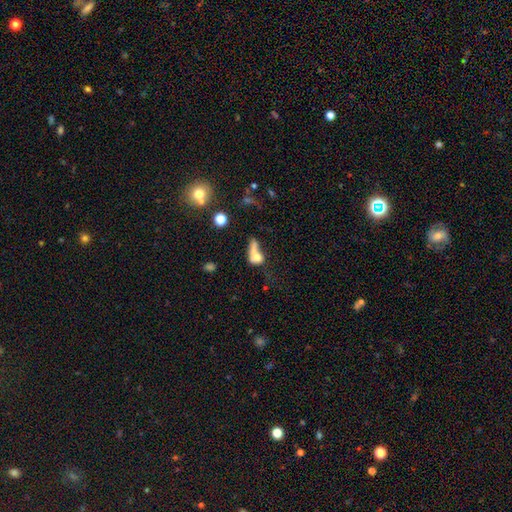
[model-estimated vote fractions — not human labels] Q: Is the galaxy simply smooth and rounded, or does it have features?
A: smooth — 59%.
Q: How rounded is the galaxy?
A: in between — 51%.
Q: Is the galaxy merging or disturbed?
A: merger — 42%.